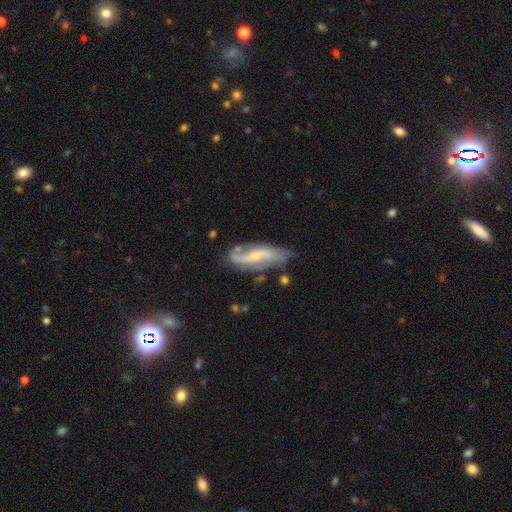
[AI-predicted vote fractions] Smooth or featured: featured or disk — 79% (smooth — 15%)
Edge-on disk: no — 85% (yes — 15%)
Bar: no — 42% (weak — 38%)
Spiral arms: yes — 92% (no — 8%)
Spiral winding: loose — 51% (medium — 33%)
Spiral arm count: 2 — 80% (can't tell — 10%)
Bulge size: small — 63% (moderate — 31%)
Merging: none — 65% (minor disturbance — 23%)